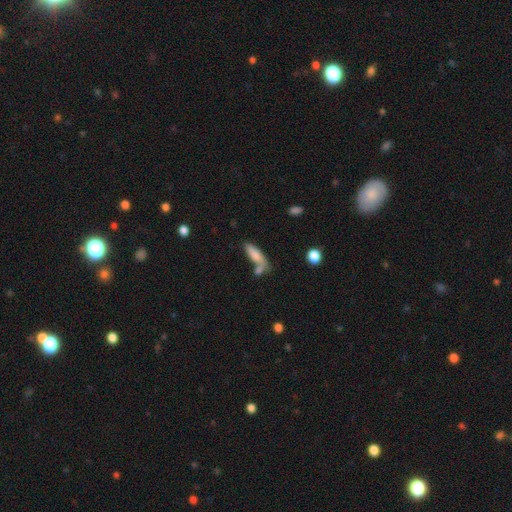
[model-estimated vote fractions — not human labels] smooth-or-featured: smooth: 78% | featured or disk: 14% | star or artifact: 8%
  how-rounded: in between: 53% | cigar-shaped: 44% | round: 3%
  merging: none: 41% | merger: 37% | minor disturbance: 15% | major disturbance: 8%